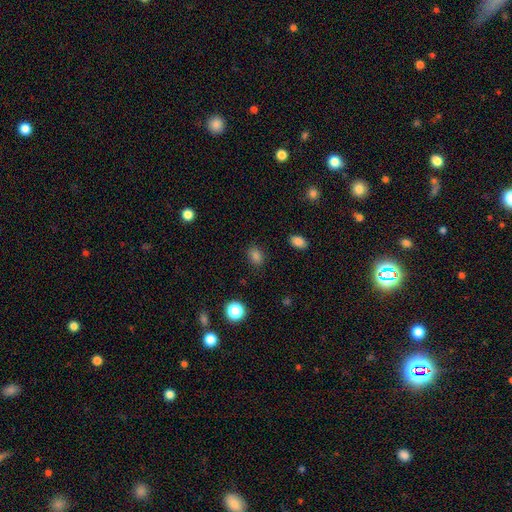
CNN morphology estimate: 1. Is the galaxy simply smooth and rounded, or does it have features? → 82% smooth, 13% star or artifact, 5% featured or disk.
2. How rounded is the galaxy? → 70% in between, 29% round, 1% cigar-shaped.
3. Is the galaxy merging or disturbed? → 85% none, 10% minor disturbance, 3% major disturbance, 2% merger.